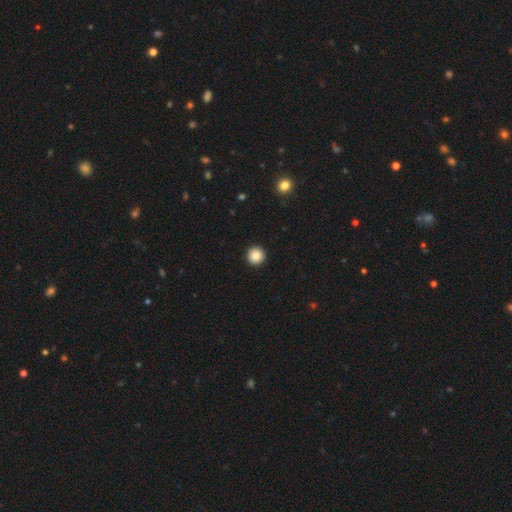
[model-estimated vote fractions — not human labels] The model was most divided on "smooth or featured": smooth: 87%, star or artifact: 9%, featured or disk: 4%. More confident: how rounded — round (96%); merging — none (94%).